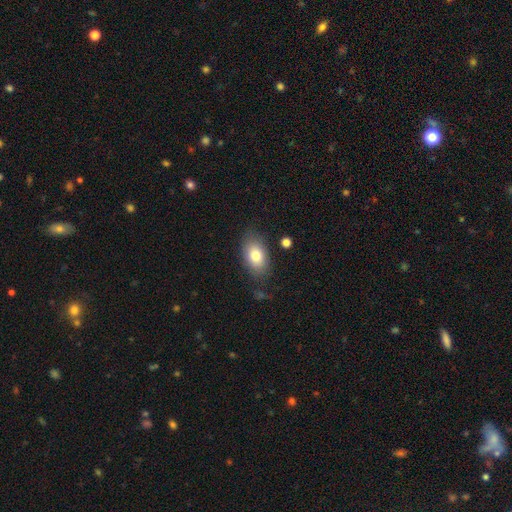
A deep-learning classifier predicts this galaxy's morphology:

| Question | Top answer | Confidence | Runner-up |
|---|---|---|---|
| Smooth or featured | smooth | 80% | featured or disk (13%) |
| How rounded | in between | 89% | round (10%) |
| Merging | none | 77% | minor disturbance (15%) |